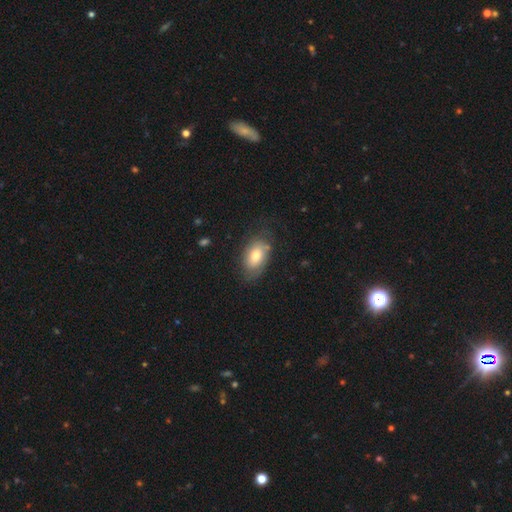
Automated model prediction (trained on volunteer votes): Smooth or featured? smooth (62%)
How rounded? in between (90%)
Merging? none (66%)